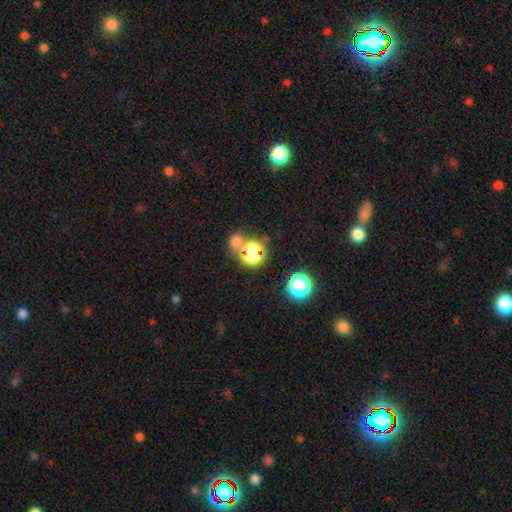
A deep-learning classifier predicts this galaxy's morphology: Smooth or featured?
  - star or artifact: 55% *
  - smooth: 37%
  - featured or disk: 8%